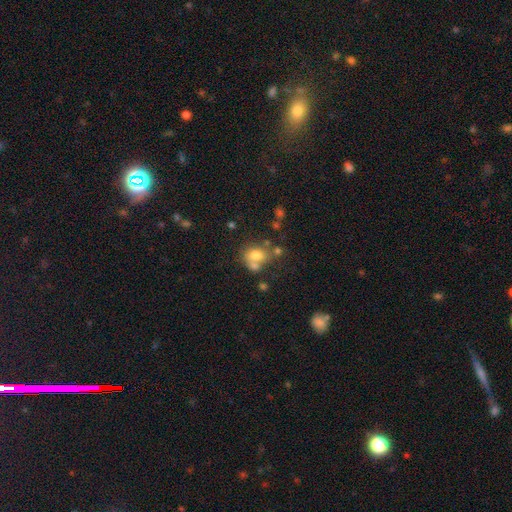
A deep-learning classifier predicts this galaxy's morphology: This is likely a smooth galaxy (71%). How rounded: possibly in between (51%). Merging: marginally merger (39%).